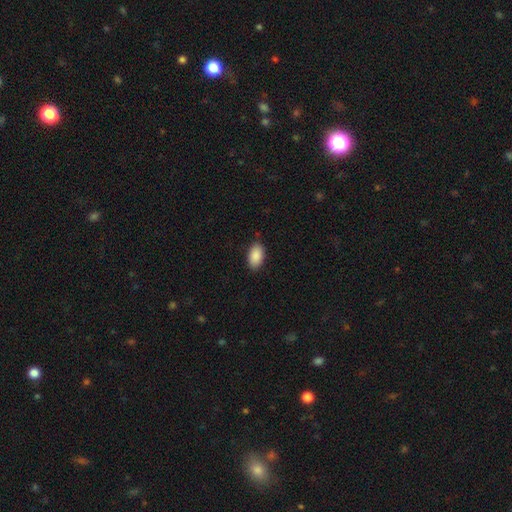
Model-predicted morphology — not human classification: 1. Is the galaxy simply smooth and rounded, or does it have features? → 90% smooth, 6% star or artifact, 4% featured or disk.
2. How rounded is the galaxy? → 94% in between, 4% round, 2% cigar-shaped.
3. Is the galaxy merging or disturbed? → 86% none, 10% minor disturbance, 2% major disturbance, 1% merger.